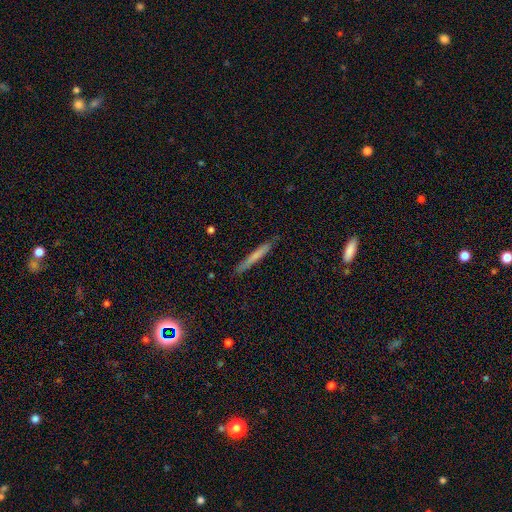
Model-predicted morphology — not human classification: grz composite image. It shows a smooth galaxy with no disk features (62%) that is cigar-shaped (96%). Merging: none (86%).